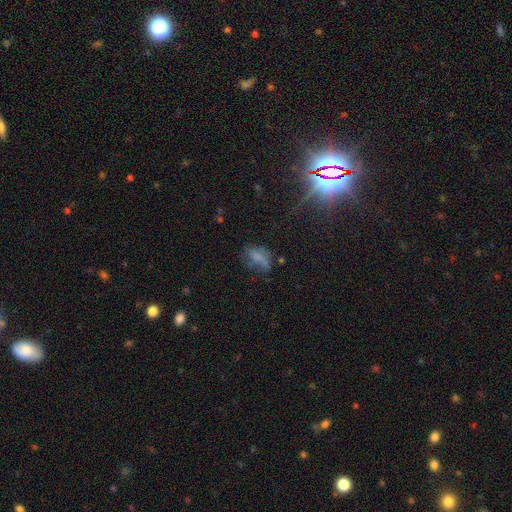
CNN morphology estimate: This appears to be a smooth galaxy with no disk features (43%). Merging: none (43%).